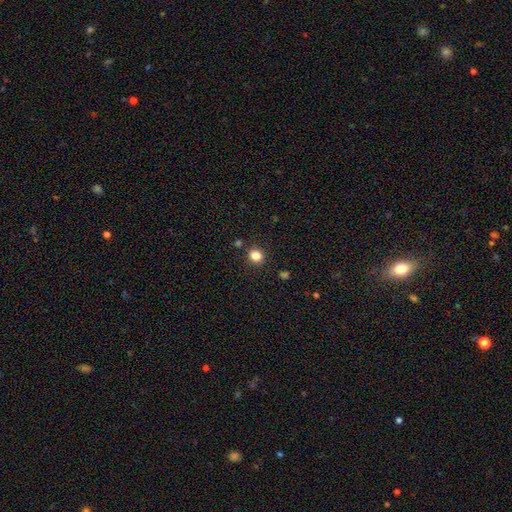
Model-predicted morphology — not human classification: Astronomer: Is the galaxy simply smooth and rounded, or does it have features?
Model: smooth — 83%.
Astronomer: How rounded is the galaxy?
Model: round — 81%.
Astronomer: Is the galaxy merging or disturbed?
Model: none — 89%.